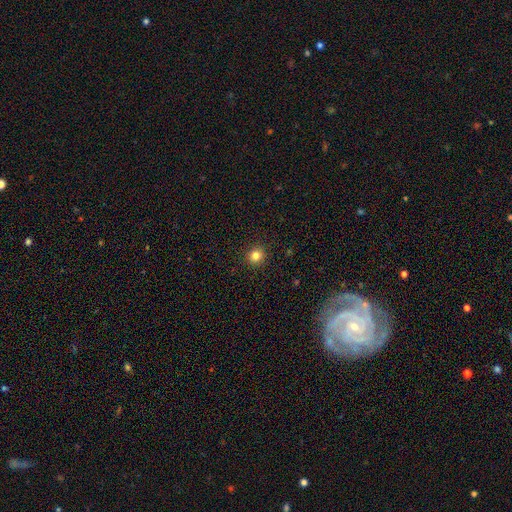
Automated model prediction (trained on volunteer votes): smooth 82%, star or artifact 13%, featured or disk 5%. Down the decision tree: how rounded — round (93%); merging — none (92%).